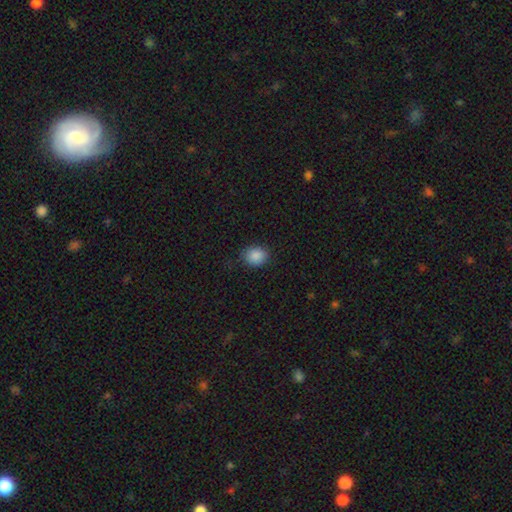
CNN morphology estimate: Q: Smooth or featured?
A: smooth (88%); runner-up: star or artifact (9%)
Q: How rounded?
A: round (62%); runner-up: in between (38%)
Q: Merging?
A: none (83%); runner-up: minor disturbance (13%)